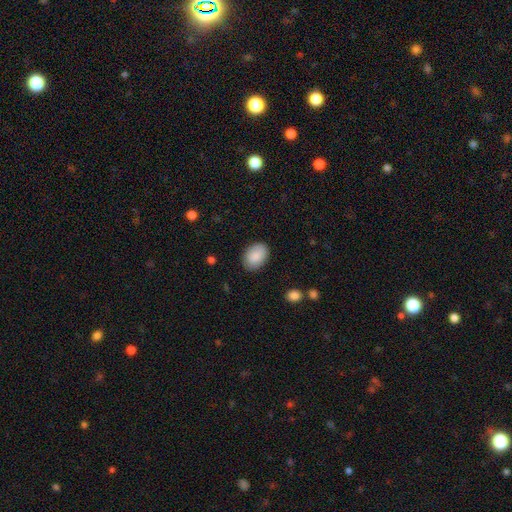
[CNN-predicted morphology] Smooth or featured?
  - smooth: 89% *
  - star or artifact: 6%
  - featured or disk: 5%
How rounded?
  - in between: 84% *
  - round: 15%
  - cigar-shaped: 1%
Merging?
  - none: 86% *
  - minor disturbance: 10%
  - major disturbance: 2%
  - merger: 1%